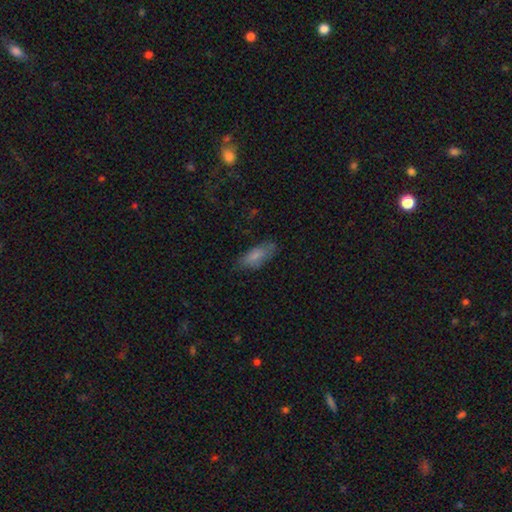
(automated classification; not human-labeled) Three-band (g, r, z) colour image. It shows a smooth galaxy with no disk features (80%) that is in between round and cigar-shaped (77%). Merging: none (73%).